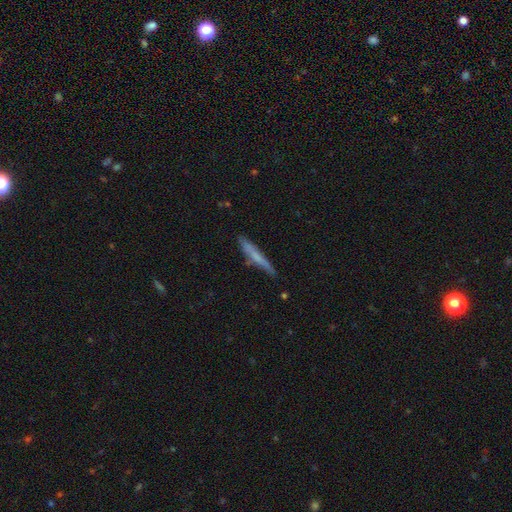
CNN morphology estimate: type=smooth (55%); roundness=cigar-shaped (95%); merging=none (77%).